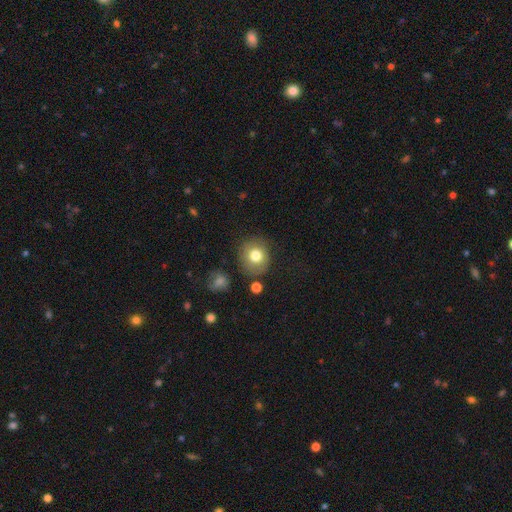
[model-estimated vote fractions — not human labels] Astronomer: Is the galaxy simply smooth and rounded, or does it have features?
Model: smooth — 78%.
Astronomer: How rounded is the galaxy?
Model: round — 82%.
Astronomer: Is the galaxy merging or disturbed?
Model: none — 77%.